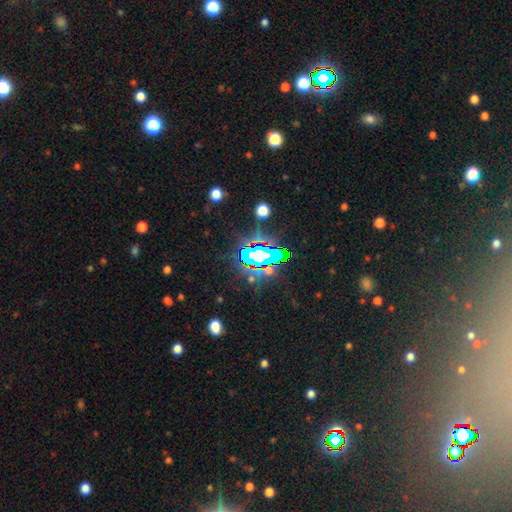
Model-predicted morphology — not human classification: A star or artifact, not a galaxy (74%).